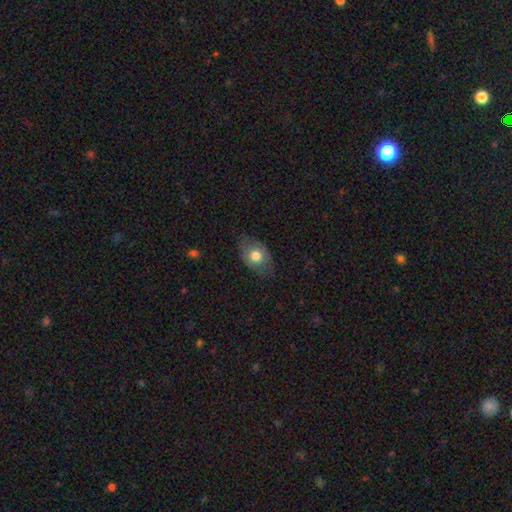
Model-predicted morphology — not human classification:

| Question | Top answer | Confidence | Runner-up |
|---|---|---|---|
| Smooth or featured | smooth | 67% | featured or disk (25%) |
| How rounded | in between | 81% | round (18%) |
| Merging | none | 74% | minor disturbance (20%) |